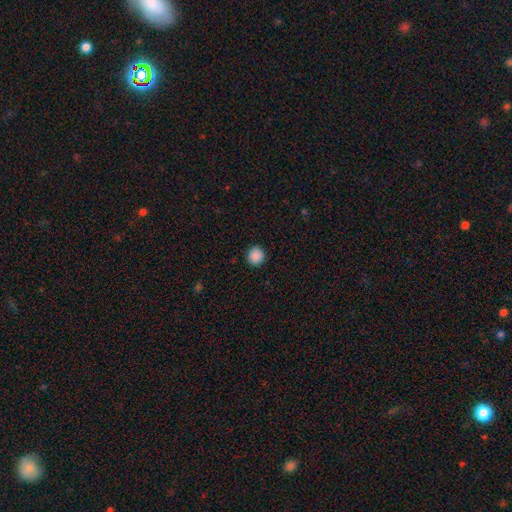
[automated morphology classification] type=smooth (89%); roundness=round (92%); merging=none (92%).